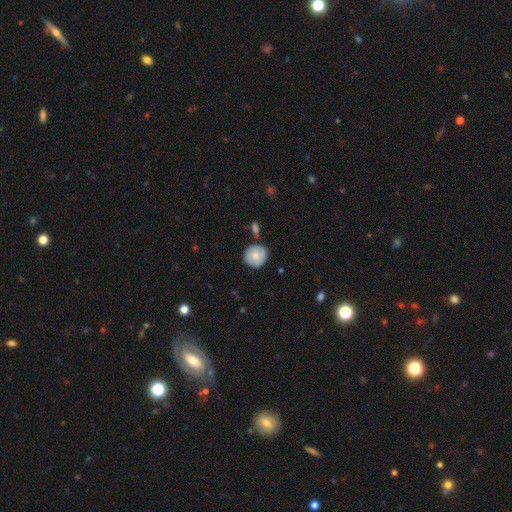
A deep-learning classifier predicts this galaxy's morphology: The model was most divided on "smooth or featured": smooth: 64%, featured or disk: 29%, star or artifact: 7%. More confident: how rounded — round (89%); merging — none (74%).